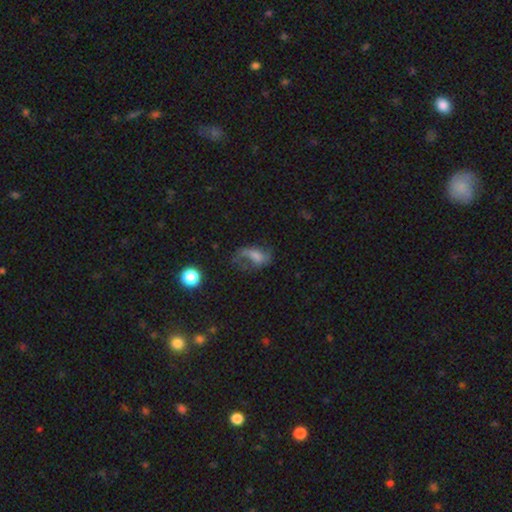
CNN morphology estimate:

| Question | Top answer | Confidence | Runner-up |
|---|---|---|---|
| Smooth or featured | featured or disk | 46% | smooth (39%) |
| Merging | major disturbance | 38% | none (35%) |